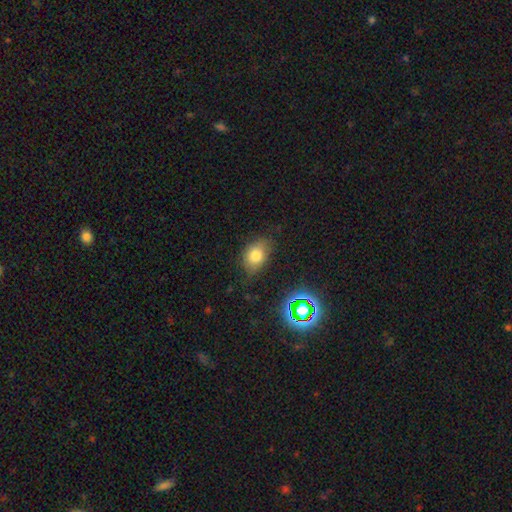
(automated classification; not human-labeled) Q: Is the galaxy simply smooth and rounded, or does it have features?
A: smooth — 75%.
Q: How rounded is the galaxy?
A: in between — 72%.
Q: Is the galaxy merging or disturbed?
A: none — 72%.